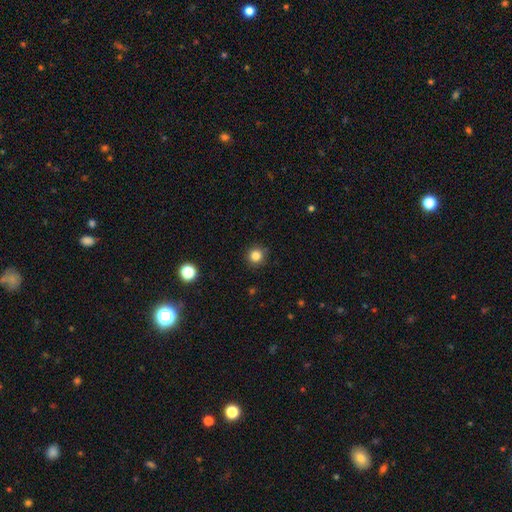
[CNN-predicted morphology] A smooth galaxy with no disk features (84%) that is round (94%).

Vote fractions:
- Smooth or featured? smooth: 84% / star or artifact: 12% / featured or disk: 4%
- How rounded? round: 94% / in between: 5% / cigar-shaped: 1%
- Merging? none: 90% / minor disturbance: 7% / major disturbance: 2% / merger: 1%